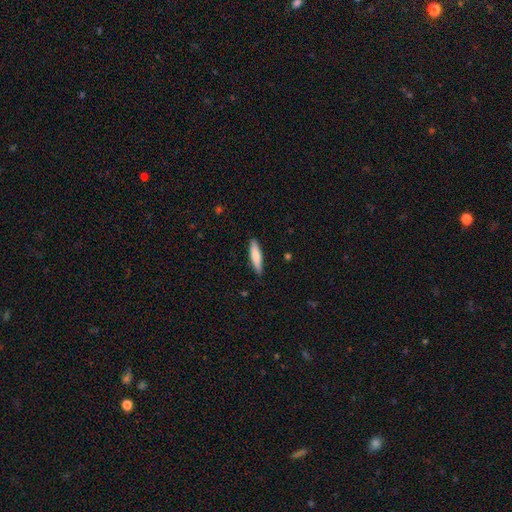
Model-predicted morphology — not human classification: smooth-or-featured: smooth: 77% | featured or disk: 18% | star or artifact: 5%
  how-rounded: cigar-shaped: 77% | in between: 22% | round: 1%
  merging: none: 88% | minor disturbance: 9% | major disturbance: 2% | merger: 1%